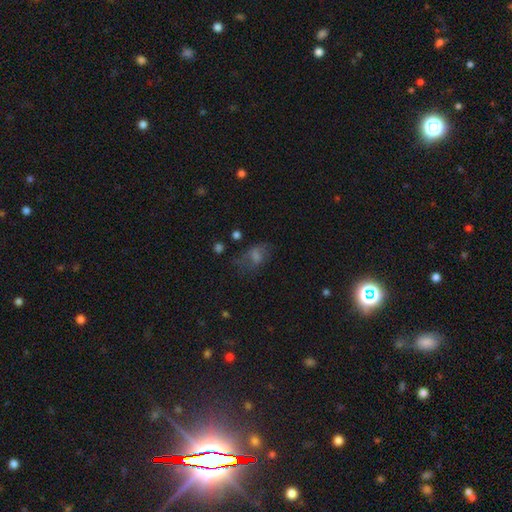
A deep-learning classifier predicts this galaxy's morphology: smooth-or-featured: smooth: 43% | star or artifact: 30% | featured or disk: 28%
  merging: none: 52% | minor disturbance: 22% | major disturbance: 22% | merger: 3%